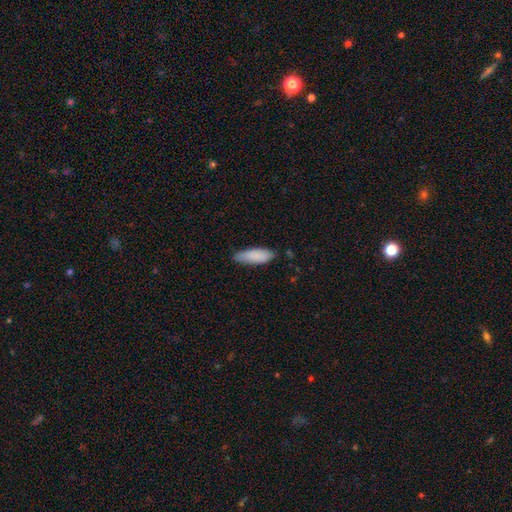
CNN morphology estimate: A smooth galaxy with no disk features (87%) that is in between round and cigar-shaped (62%). Merging: none (75%).